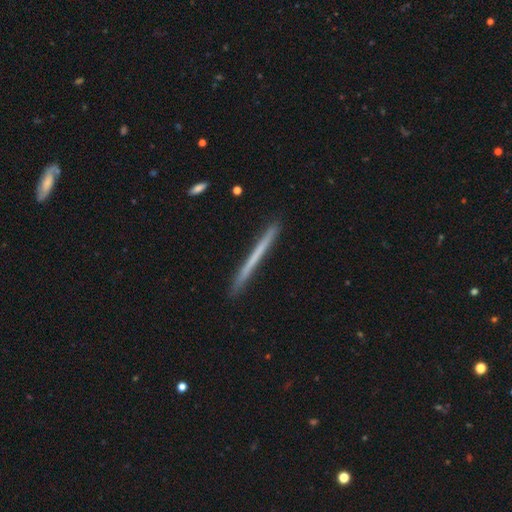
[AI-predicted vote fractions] A smooth galaxy with no disk features (51%) that is cigar-shaped (98%). Merging: none (90%).